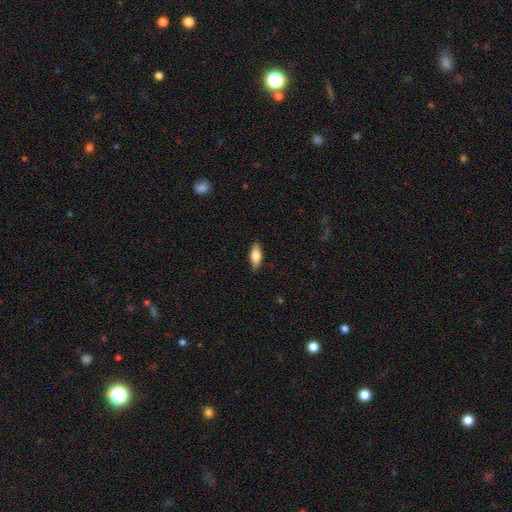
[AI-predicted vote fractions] A smooth galaxy with no disk features (70%) that is in between round and cigar-shaped (71%). Merging: none (88%).